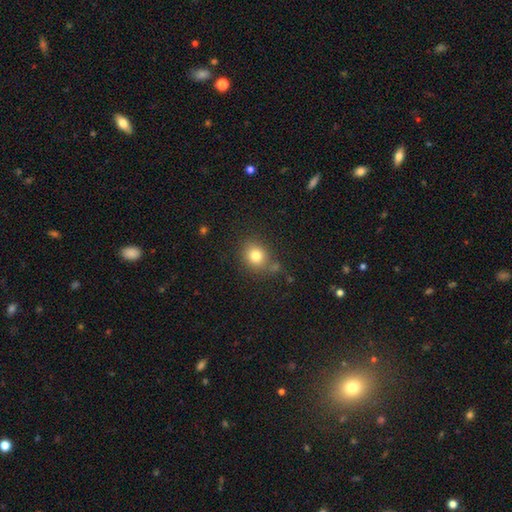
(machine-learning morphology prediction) smooth 80%, star or artifact 12%, featured or disk 8%. Down the decision tree: how rounded — round (72%); merging — none (73%).